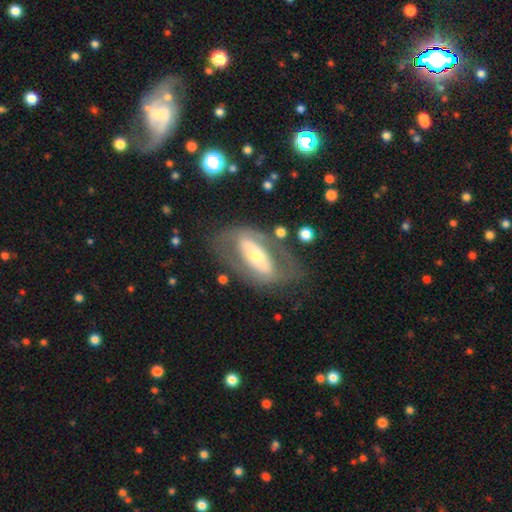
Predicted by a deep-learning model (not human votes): Smooth or featured? featured or disk (68%)
Edge-on disk? no (84%)
Bar? strong (44%)
Spiral arms? no (53%)
Bulge size? moderate (50%)
Merging? none (65%)